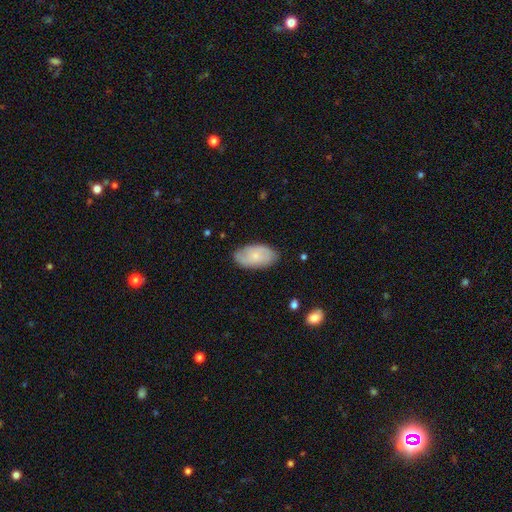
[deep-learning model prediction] smooth 56%, featured or disk 37%, star or artifact 6%. Down the decision tree: how rounded — in between (94%); merging — none (80%).